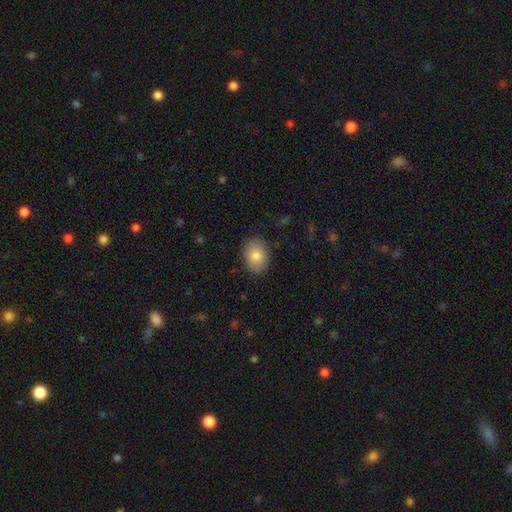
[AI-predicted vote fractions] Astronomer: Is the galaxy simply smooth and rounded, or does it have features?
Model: smooth — 82%.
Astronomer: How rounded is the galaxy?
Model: in between — 77%.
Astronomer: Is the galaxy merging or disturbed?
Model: none — 86%.